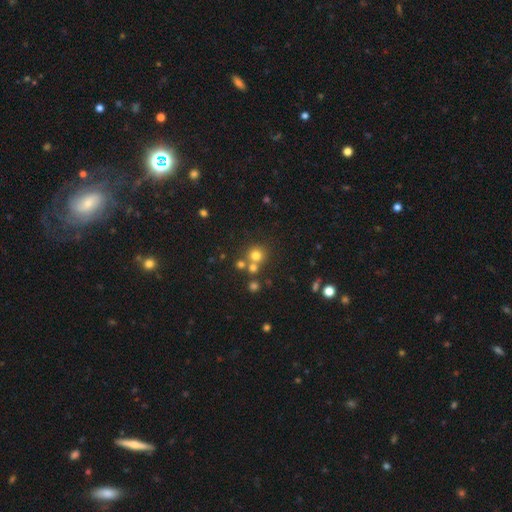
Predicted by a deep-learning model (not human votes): Smooth or featured? smooth (71%)
How rounded? round (90%)
Merging? none (60%)